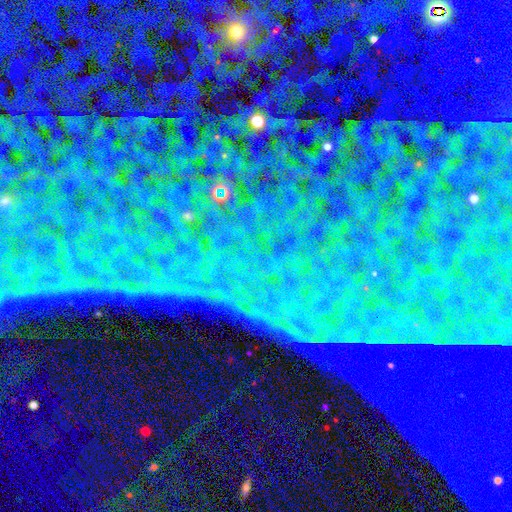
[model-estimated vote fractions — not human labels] smooth_or_featured: star or artifact (p=0.87) [alt: featured or disk p=0.07]